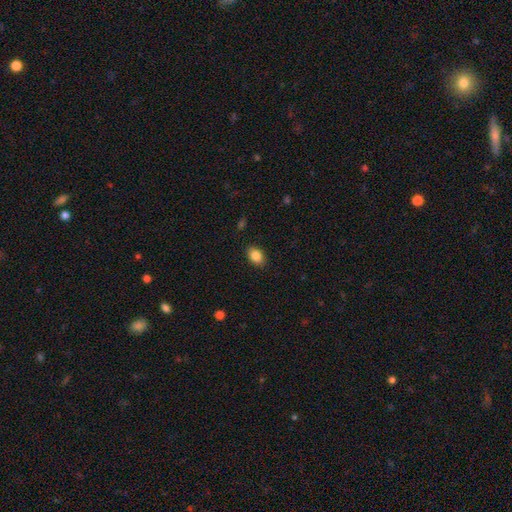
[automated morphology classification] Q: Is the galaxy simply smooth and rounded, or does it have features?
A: smooth — 87%.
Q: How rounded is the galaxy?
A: in between — 81%.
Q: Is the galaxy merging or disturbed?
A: none — 88%.